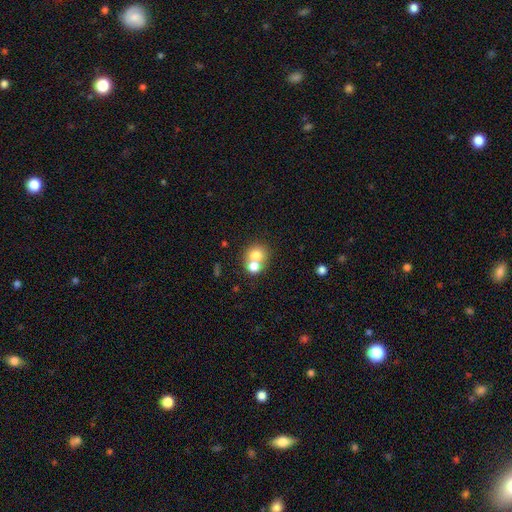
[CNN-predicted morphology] A smooth galaxy with no disk features (73%) that is round (80%).

Vote fractions:
- Smooth or featured? smooth: 73% / featured or disk: 16% / star or artifact: 11%
- How rounded? round: 80% / in between: 19% / cigar-shaped: 1%
- Merging? merger: 58% / none: 34% / minor disturbance: 5% / major disturbance: 3%